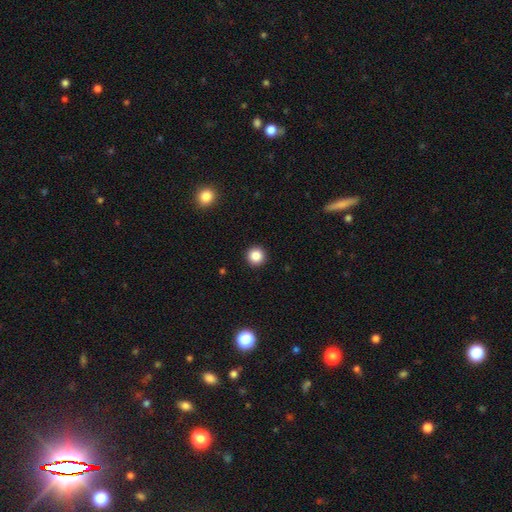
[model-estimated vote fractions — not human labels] This is clearly a smooth galaxy (86%). How rounded: clearly round (96%). Merging: clearly none (93%).